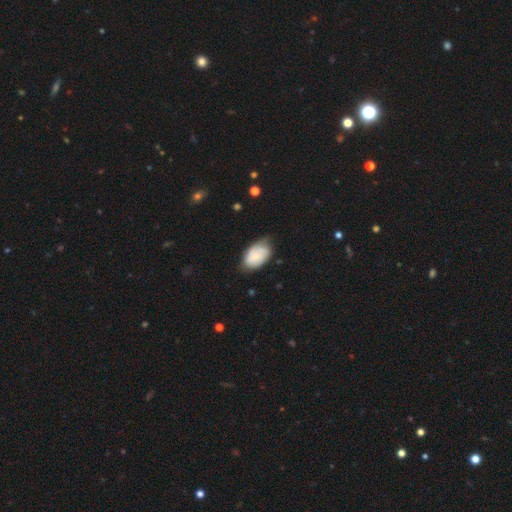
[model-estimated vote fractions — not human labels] A smooth galaxy with no disk features (53%) that is in between round and cigar-shaped (91%).

Vote fractions:
- Smooth or featured? smooth: 53% / featured or disk: 40% / star or artifact: 7%
- How rounded? in between: 91% / round: 8% / cigar-shaped: 1%
- Merging? none: 63% / minor disturbance: 29% / major disturbance: 6% / merger: 2%